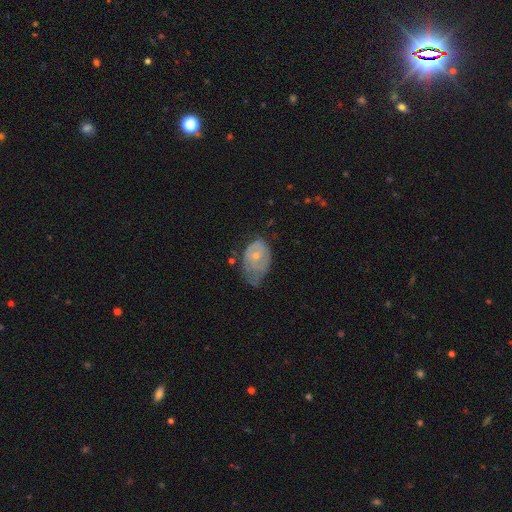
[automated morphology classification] A featured or disk galaxy (60%) with no bar (82%), spiral arms (64%) and a small central bulge (59%).

Vote fractions:
- Smooth or featured? featured or disk: 60% / smooth: 33% / star or artifact: 7%
- Edge-on disk? no: 96% / yes: 4%
- Bar? no: 82% / weak: 16% / strong: 3%
- Spiral arms? yes: 64% / no: 36%
- Bulge size? small: 59% / moderate: 37% / none: 2% / large: 1% / dominant: 1%
- Merging? minor disturbance: 40% / none: 30% / major disturbance: 27% / merger: 3%